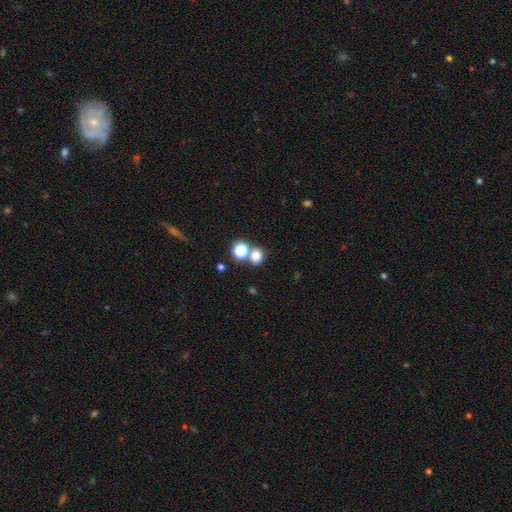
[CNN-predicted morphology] The model was most divided on "merging": none: 58%, merger: 31%, minor disturbance: 7%, major disturbance: 4%. More confident: how rounded — round (77%); smooth or featured — smooth (76%).